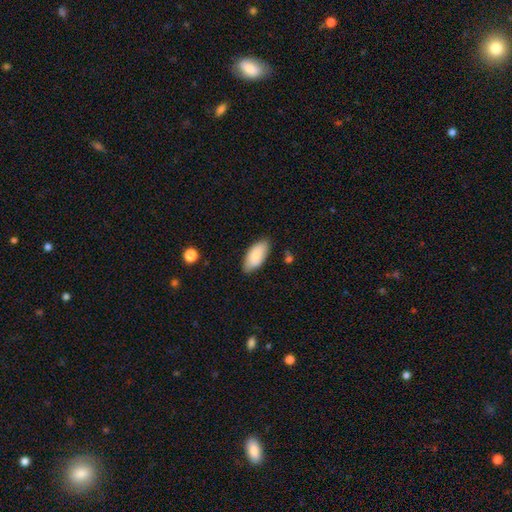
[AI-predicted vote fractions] smooth_or_featured: smooth (p=0.83) [alt: featured or disk p=0.11]
how_rounded: in between (p=0.93) [alt: cigar-shaped p=0.05]
merging: none (p=0.80) [alt: minor disturbance p=0.16]